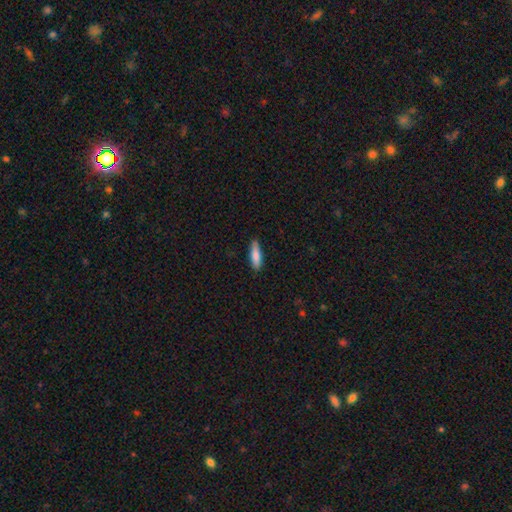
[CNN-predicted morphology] This is clearly a smooth galaxy (82%). How rounded: likely cigar-shaped (63%). Merging: clearly none (85%).